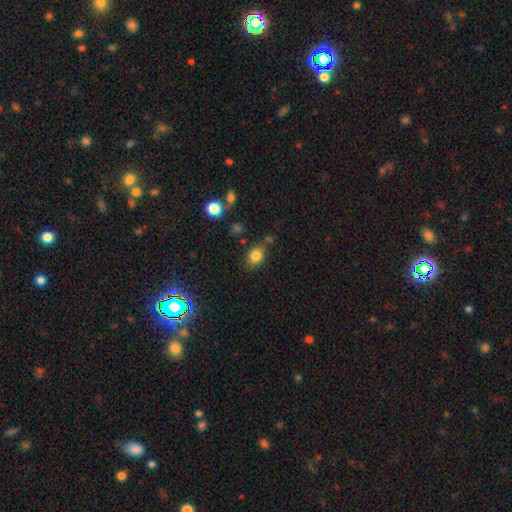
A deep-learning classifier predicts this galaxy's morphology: A smooth galaxy with no disk features (81%) that is in between round and cigar-shaped (53%). Merging: none (70%).